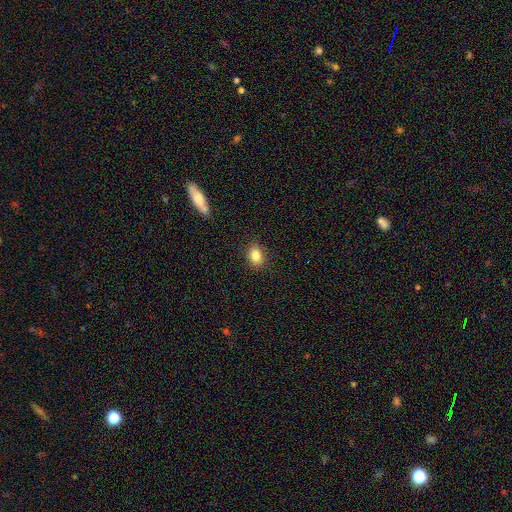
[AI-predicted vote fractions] Smooth or featured? Predicted: smooth (p=0.84). How rounded? Predicted: in between (p=0.69). Merging? Predicted: none (p=0.88).